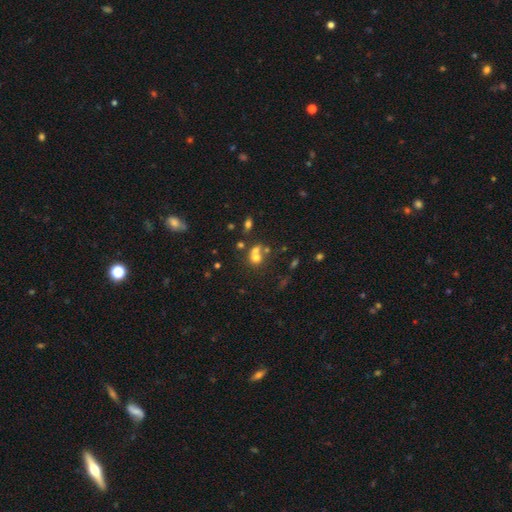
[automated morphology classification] A smooth galaxy with no disk features (61%) that is round (76%).

Vote fractions:
- Smooth or featured? smooth: 61% / featured or disk: 20% / star or artifact: 19%
- How rounded? round: 76% / in between: 22% / cigar-shaped: 1%
- Merging? merger: 51% / none: 36% / minor disturbance: 8% / major disturbance: 5%